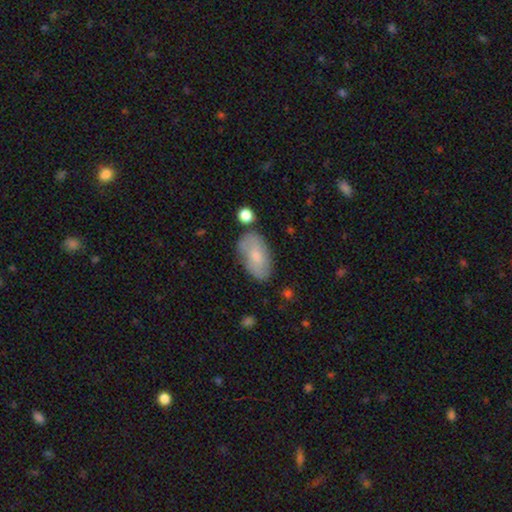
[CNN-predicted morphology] A smooth galaxy with no disk features (69%) that is in between round and cigar-shaped (93%). Merging: none (70%).